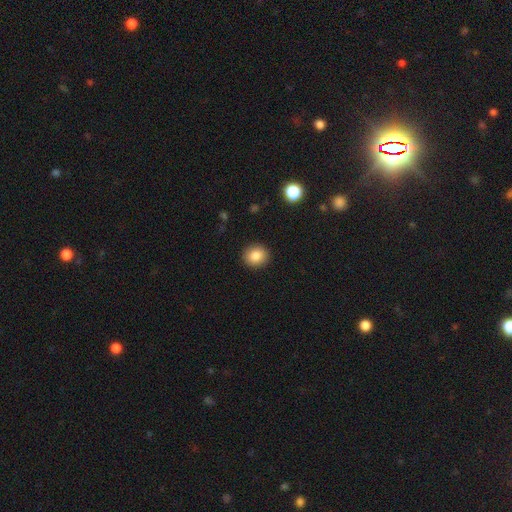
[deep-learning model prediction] Smooth or featured? smooth (85%)
How rounded? round (77%)
Merging? none (91%)